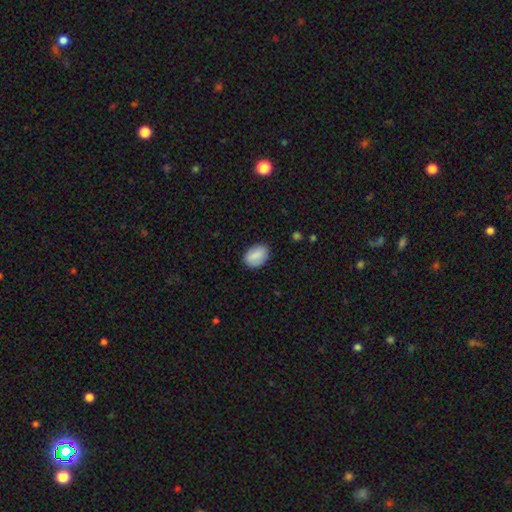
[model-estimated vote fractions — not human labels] Q: Smooth or featured?
A: smooth (87%); runner-up: star or artifact (7%)
Q: How rounded?
A: in between (81%); runner-up: round (18%)
Q: Merging?
A: none (83%); runner-up: minor disturbance (13%)